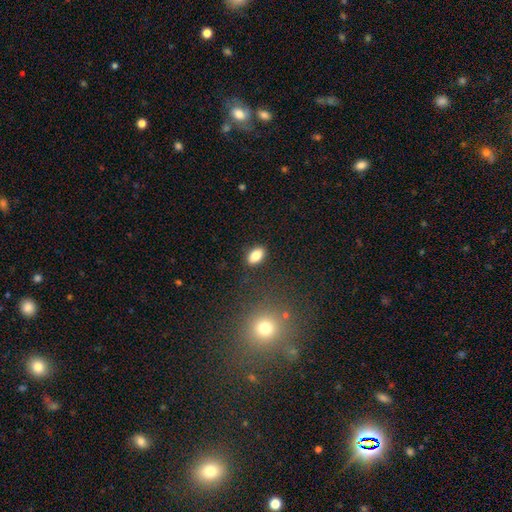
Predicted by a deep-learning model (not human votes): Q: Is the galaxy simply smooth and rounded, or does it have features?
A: smooth — 84%.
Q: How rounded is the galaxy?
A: in between — 90%.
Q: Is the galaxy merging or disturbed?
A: none — 87%.